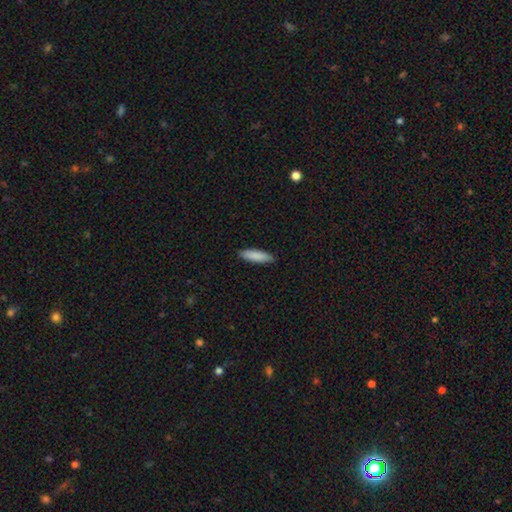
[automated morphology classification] smooth_or_featured: smooth (p=0.88) [alt: featured or disk p=0.06]
how_rounded: cigar-shaped (p=0.62) [alt: in between p=0.36]
merging: none (p=0.89) [alt: minor disturbance p=0.08]